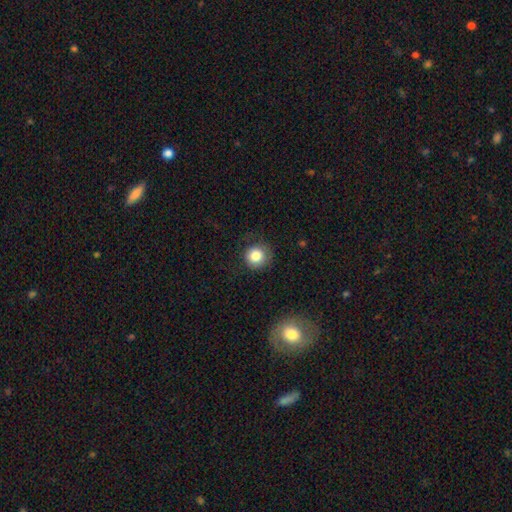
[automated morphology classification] This appears to be a smooth galaxy with no disk features (83%) that is round (92%). Merging: none (77%).